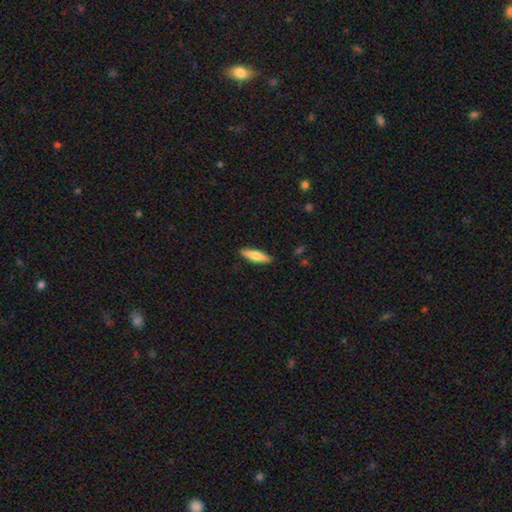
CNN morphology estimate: smooth-or-featured: smooth: 70% | featured or disk: 24% | star or artifact: 6%
  how-rounded: cigar-shaped: 69% | in between: 30% | round: 2%
  merging: none: 89% | minor disturbance: 9% | major disturbance: 2% | merger: 1%